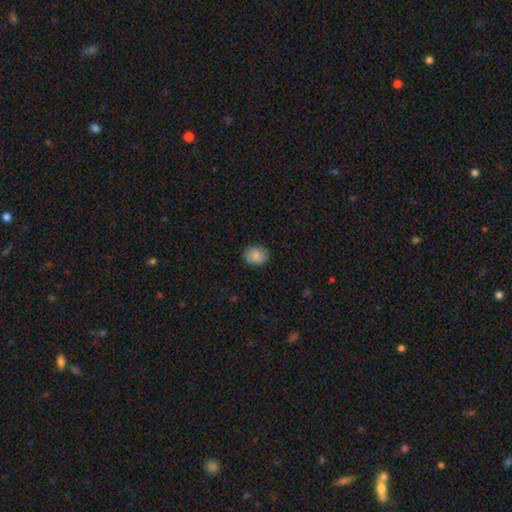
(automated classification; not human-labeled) smooth 87%, star or artifact 8%, featured or disk 5%. Down the decision tree: how rounded — round (56%); merging — none (85%).